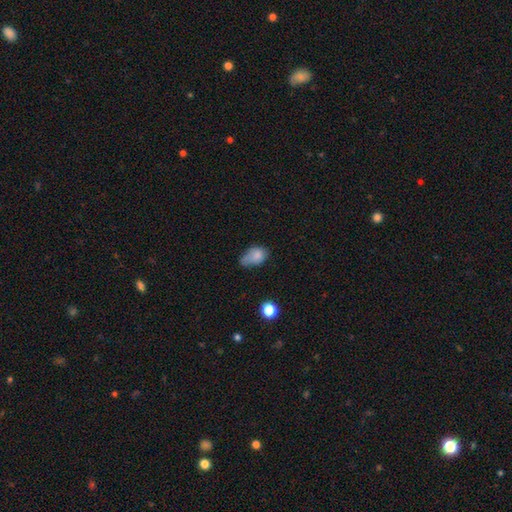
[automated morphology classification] This appears to be a smooth galaxy with no disk features (79%) that is in between round and cigar-shaped (82%). Merging: minor disturbance (42%).